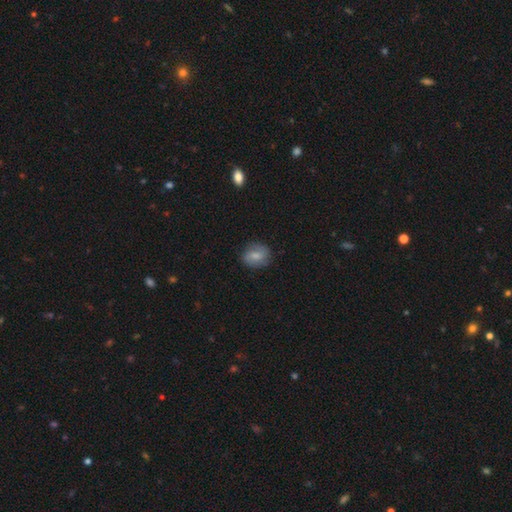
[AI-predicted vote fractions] This appears to be a smooth galaxy with no disk features (58%) that is round (53%). Merging: none (77%).